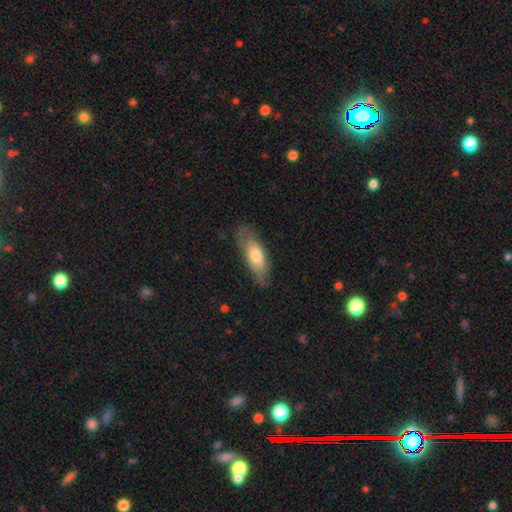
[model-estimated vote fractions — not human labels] Smooth or featured?
  - smooth: 65% *
  - featured or disk: 30%
  - star or artifact: 6%
How rounded?
  - in between: 60% *
  - cigar-shaped: 38%
  - round: 2%
Merging?
  - none: 74% *
  - minor disturbance: 20%
  - major disturbance: 5%
  - merger: 1%